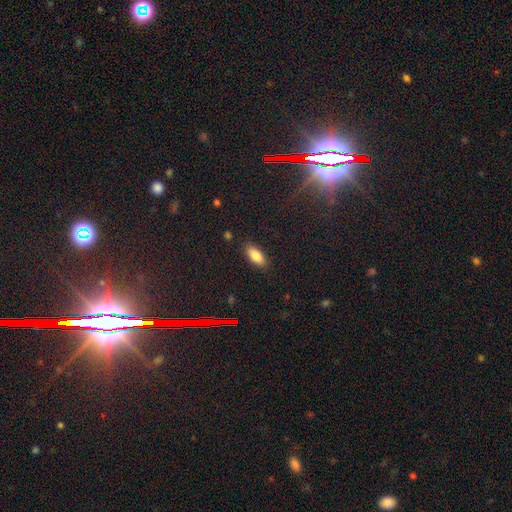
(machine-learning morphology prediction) Smooth or featured: smooth — 83% (featured or disk — 9%)
How rounded: in between — 82% (cigar-shaped — 15%)
Merging: none — 87% (minor disturbance — 10%)